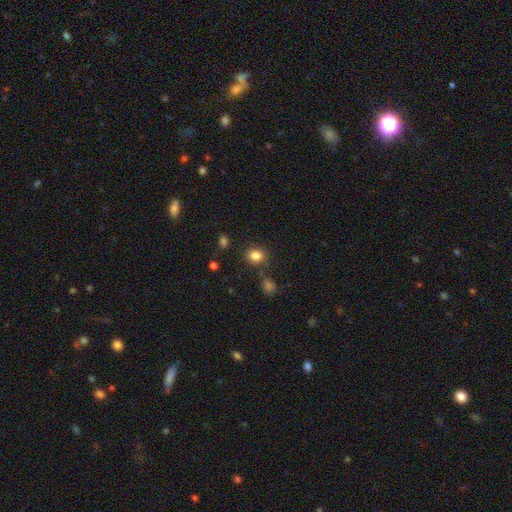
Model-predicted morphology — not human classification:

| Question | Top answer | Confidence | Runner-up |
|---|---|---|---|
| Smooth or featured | smooth | 82% | star or artifact (12%) |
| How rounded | round | 69% | in between (30%) |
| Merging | none | 81% | minor disturbance (11%) |